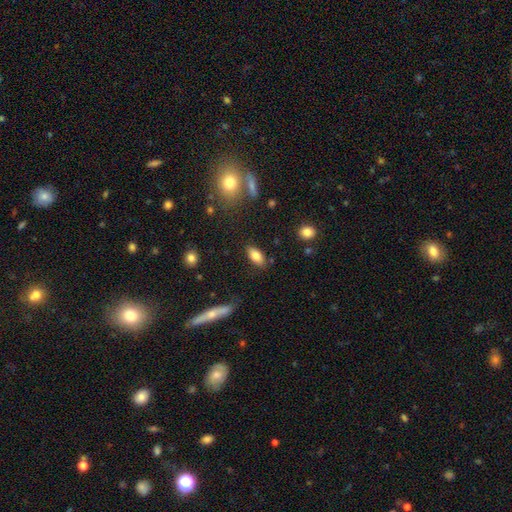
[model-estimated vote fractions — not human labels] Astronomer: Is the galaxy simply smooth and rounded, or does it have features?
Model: smooth — 81%.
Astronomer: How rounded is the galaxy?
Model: in between — 89%.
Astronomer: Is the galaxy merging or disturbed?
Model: none — 83%.